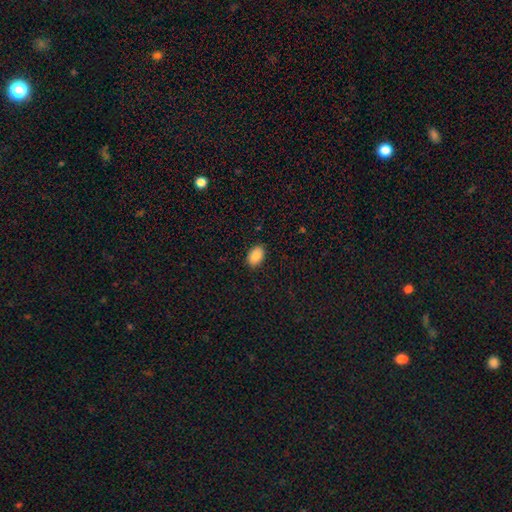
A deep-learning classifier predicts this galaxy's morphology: Smooth or featured: smooth — 89% (star or artifact — 8%)
How rounded: in between — 88% (round — 10%)
Merging: none — 88% (minor disturbance — 9%)